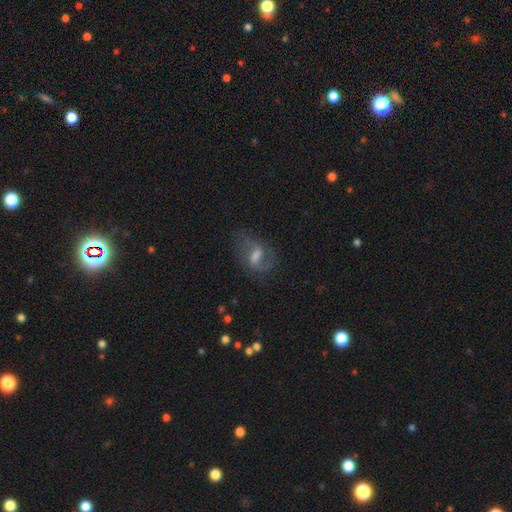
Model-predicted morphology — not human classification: This appears to be a featured or disk galaxy (65%) with a weak bar (52%), 2 (75%) loose (43%, tied with medium) spiral arms (82%) and a moderate central bulge (40%). Merging: none (58%).